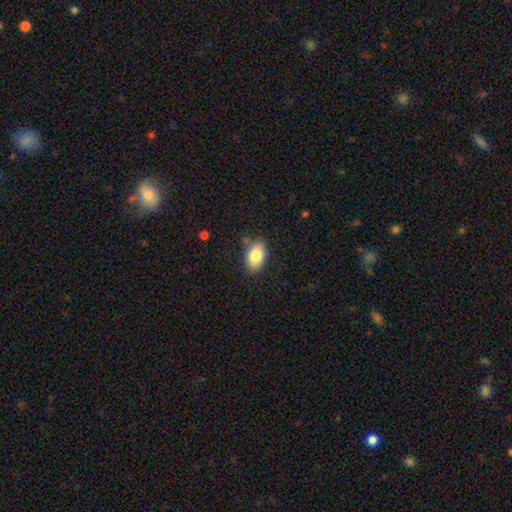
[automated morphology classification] This is clearly a smooth galaxy (83%). How rounded: clearly in between (89%). Merging: clearly none (81%).